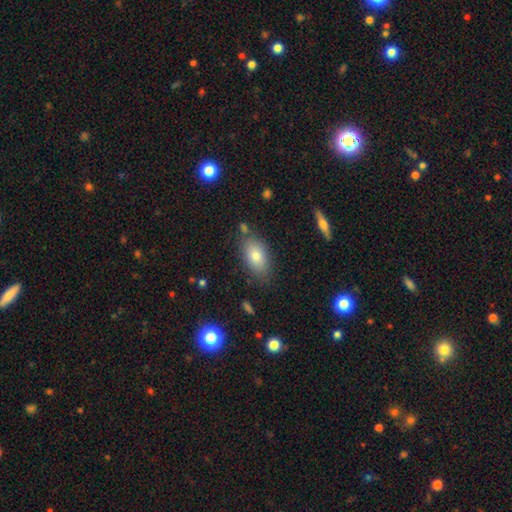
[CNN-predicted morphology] smooth_or_featured: smooth (p=0.77) [alt: featured or disk p=0.14]
how_rounded: in between (p=0.90) [alt: round p=0.06]
merging: none (p=0.78) [alt: minor disturbance p=0.14]